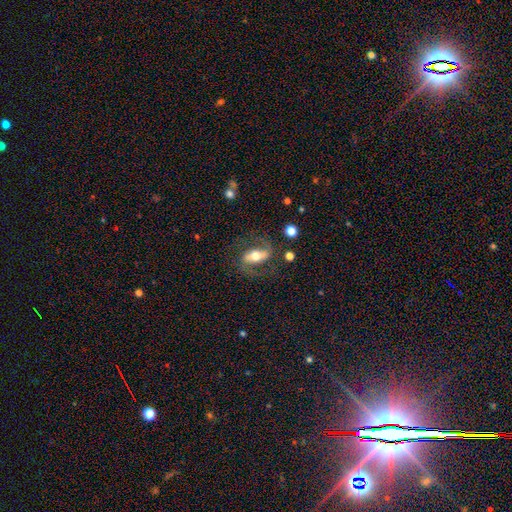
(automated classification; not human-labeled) A featured or disk galaxy (67%) with a strong bar (51%), spiral arms (82%) and a moderate central bulge (66%). Merging: none (67%).